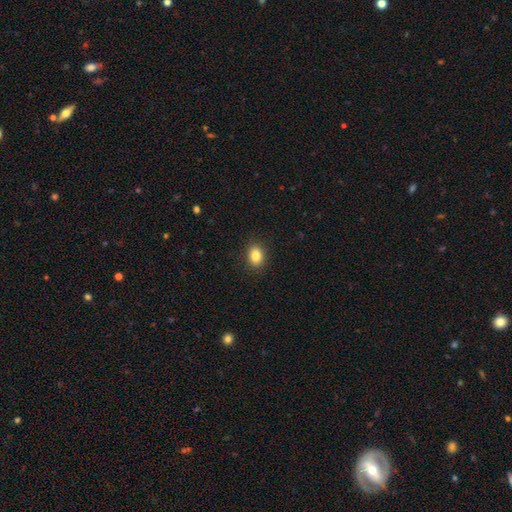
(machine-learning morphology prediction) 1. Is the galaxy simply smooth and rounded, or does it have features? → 85% smooth, 9% star or artifact, 6% featured or disk.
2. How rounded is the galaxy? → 64% in between, 35% round, 1% cigar-shaped.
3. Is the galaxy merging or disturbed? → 90% none, 7% minor disturbance, 2% major disturbance, 1% merger.